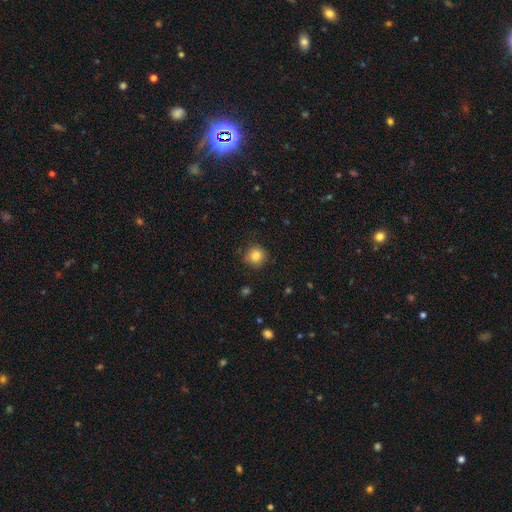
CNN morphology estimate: Overall: smooth (84%). How rounded: round (88%). Merging: none (79%).